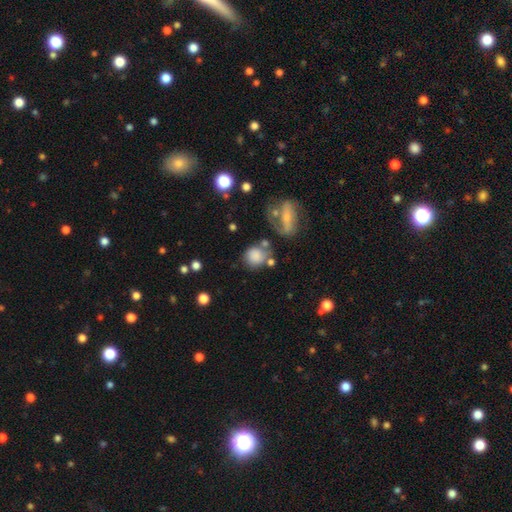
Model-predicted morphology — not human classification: Smooth or featured?
  - smooth: 75% *
  - featured or disk: 14%
  - star or artifact: 11%
How rounded?
  - round: 81% *
  - in between: 18%
  - cigar-shaped: 2%
Merging?
  - none: 54% *
  - minor disturbance: 19%
  - merger: 17%
  - major disturbance: 10%